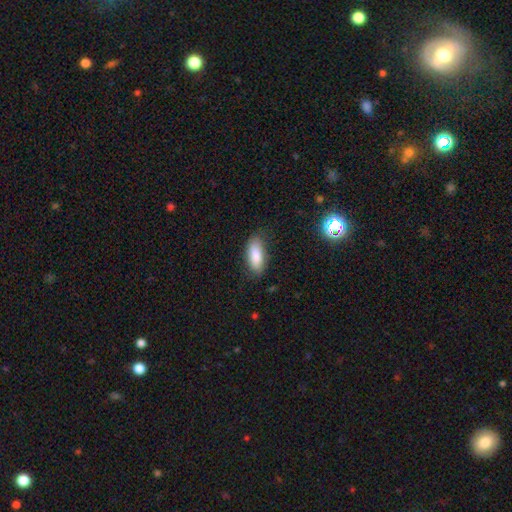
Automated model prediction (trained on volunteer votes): Overall: smooth (86%). How rounded: in between (79%). Merging: none (79%).